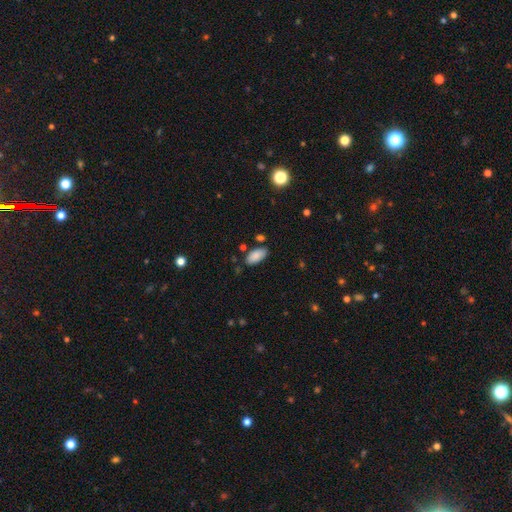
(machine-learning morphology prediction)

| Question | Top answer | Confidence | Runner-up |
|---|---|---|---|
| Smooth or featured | smooth | 87% | star or artifact (7%) |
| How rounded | in between | 93% | cigar-shaped (5%) |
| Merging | none | 80% | minor disturbance (13%) |